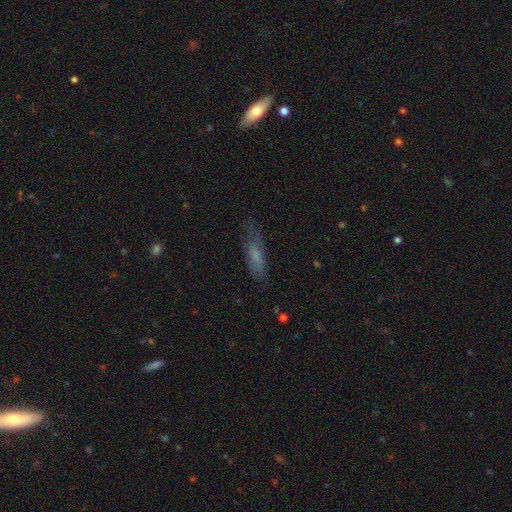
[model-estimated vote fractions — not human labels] This appears to be a smooth galaxy with no disk features (62%) that is cigar-shaped (61%). Merging: none (64%).